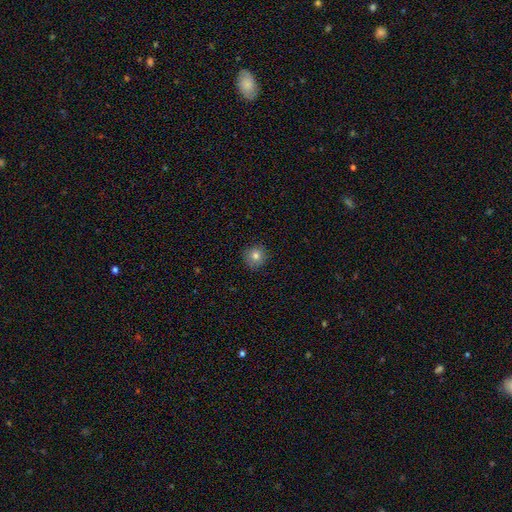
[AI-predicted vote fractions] smooth_or_featured: smooth (p=0.79) [alt: star or artifact p=0.12]
how_rounded: round (p=0.92) [alt: in between p=0.07]
merging: none (p=0.89) [alt: minor disturbance p=0.09]